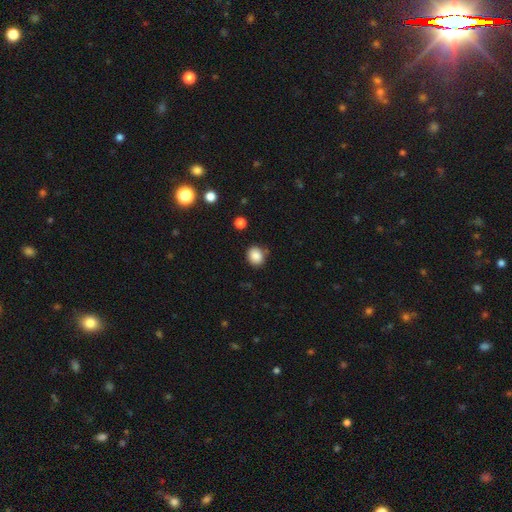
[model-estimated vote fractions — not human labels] Smooth or featured? Predicted: smooth (p=0.87). How rounded? Predicted: round (p=0.67). Merging? Predicted: none (p=0.82).